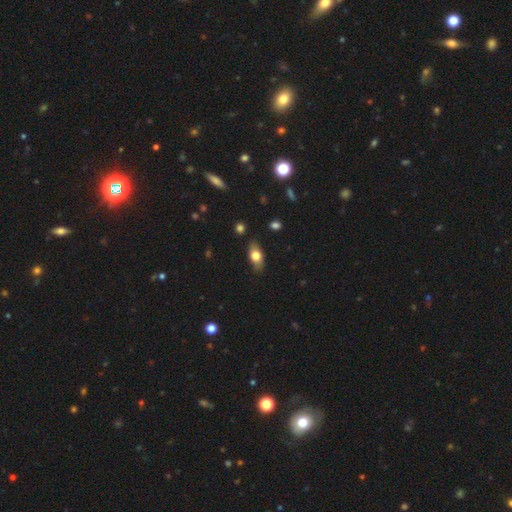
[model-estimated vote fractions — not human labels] smooth_or_featured: smooth (p=0.72) [alt: featured or disk p=0.21]
how_rounded: in between (p=0.85) [alt: cigar-shaped p=0.08]
merging: none (p=0.82) [alt: minor disturbance p=0.14]